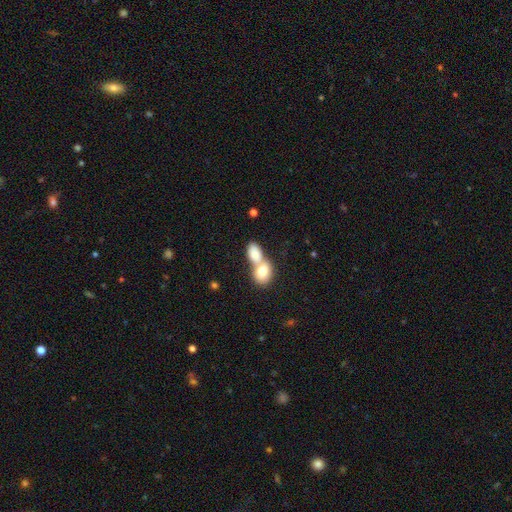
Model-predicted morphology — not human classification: A smooth galaxy with no disk features (79%) that is in between round and cigar-shaped (79%). Merging: merger (72%).